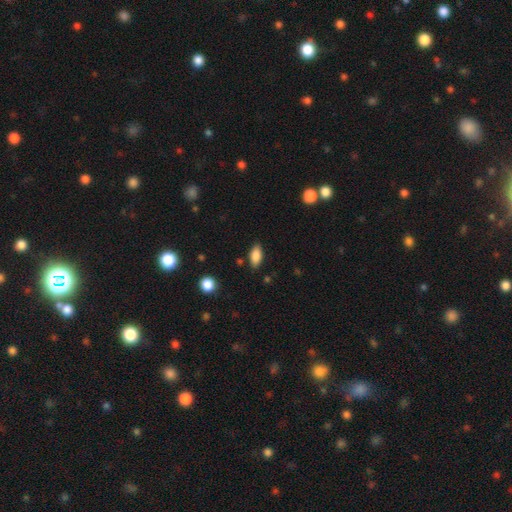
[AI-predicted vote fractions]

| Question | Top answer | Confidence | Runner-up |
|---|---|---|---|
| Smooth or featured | smooth | 85% | featured or disk (8%) |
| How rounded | in between | 88% | cigar-shaped (8%) |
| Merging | none | 84% | minor disturbance (12%) |